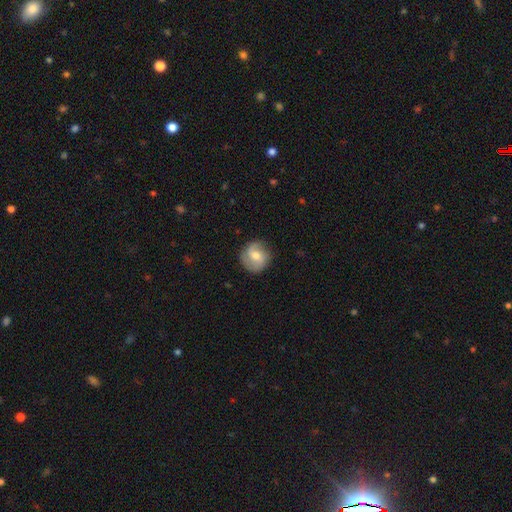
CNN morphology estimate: smooth_or_featured: featured or disk (p=0.49) [alt: smooth p=0.44]
merging: none (p=0.81) [alt: minor disturbance p=0.14]